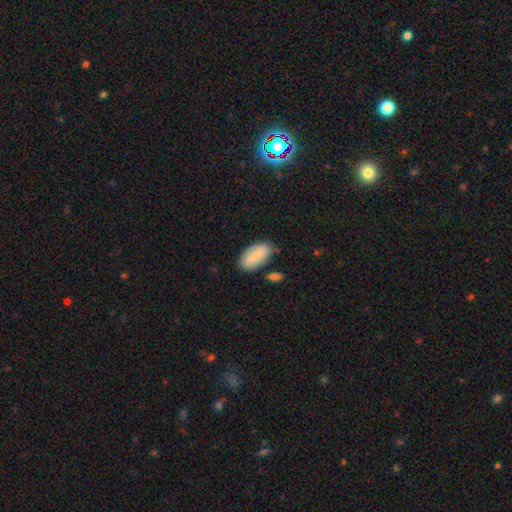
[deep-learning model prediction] A smooth galaxy with no disk features (76%) that is in between round and cigar-shaped (94%). Merging: none (72%).